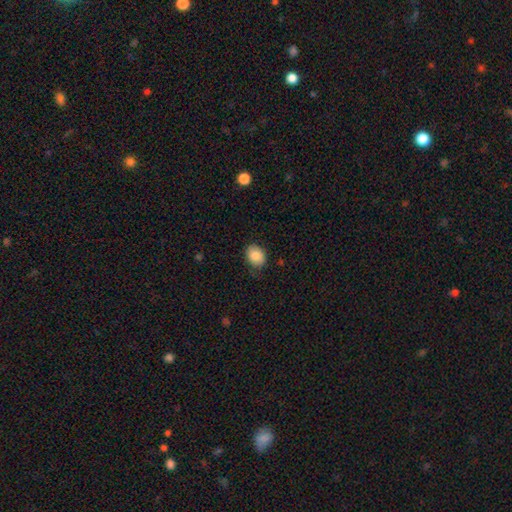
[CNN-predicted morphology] This appears to be a smooth galaxy with no disk features (86%) that is in between round and cigar-shaped (63%). Merging: none (81%).